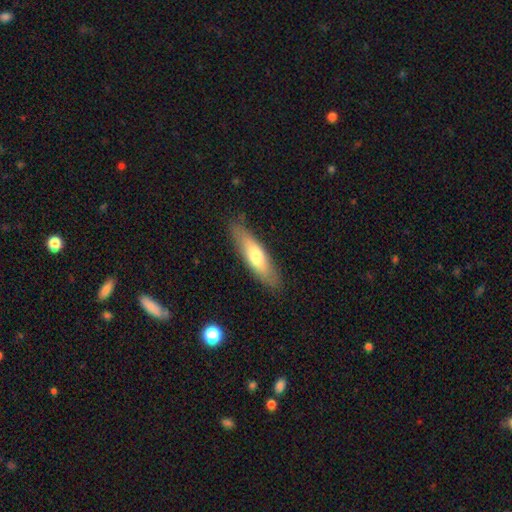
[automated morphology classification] smooth 63%, featured or disk 31%, star or artifact 6%. Down the decision tree: how rounded — cigar-shaped (65%); merging — none (85%).